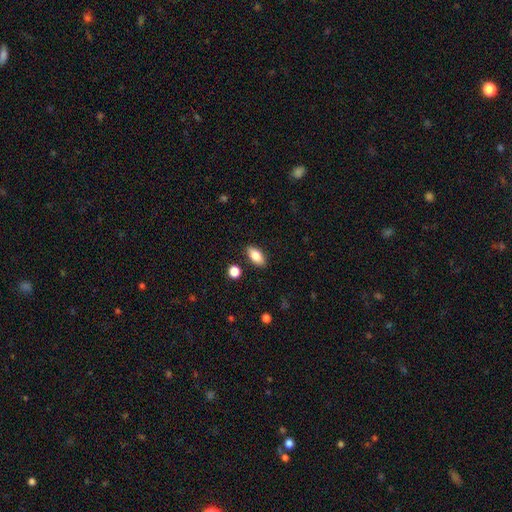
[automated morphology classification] Q: Smooth or featured?
A: smooth (83%); runner-up: featured or disk (9%)
Q: How rounded?
A: in between (89%); runner-up: cigar-shaped (7%)
Q: Merging?
A: none (86%); runner-up: minor disturbance (9%)